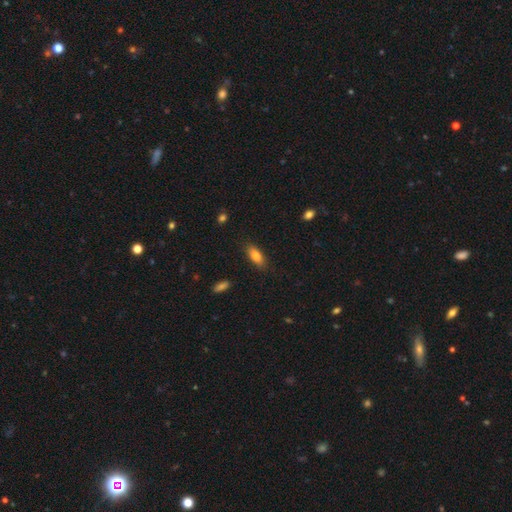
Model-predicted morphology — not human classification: Smooth or featured? smooth (80%)
How rounded? in between (79%)
Merging? none (84%)